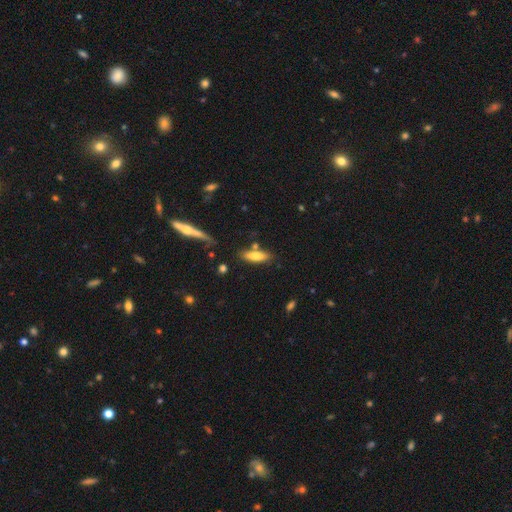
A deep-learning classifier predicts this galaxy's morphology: A smooth galaxy with no disk features (74%) that is in between round and cigar-shaped (49%, tied with cigar-shaped). Merging: none (72%).